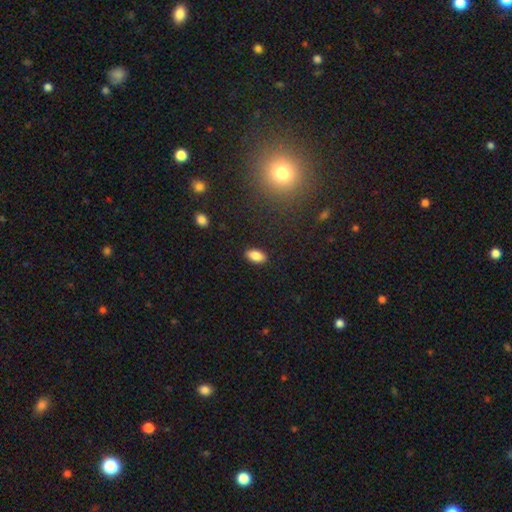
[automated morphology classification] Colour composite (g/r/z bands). It shows a smooth galaxy with no disk features (86%) that is in between round and cigar-shaped (91%). Merging: none (89%).